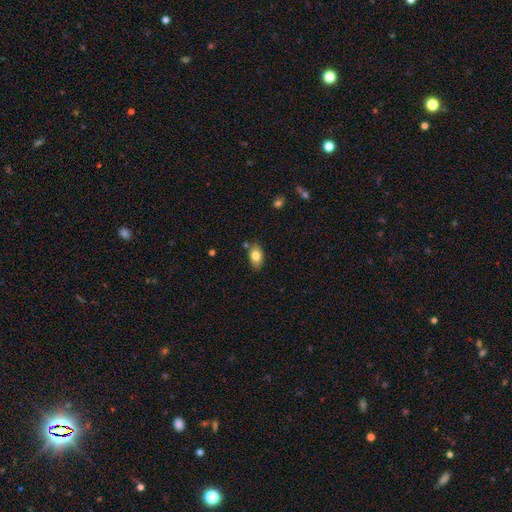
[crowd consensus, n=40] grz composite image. It shows a smooth galaxy with no disk features (80%) that is in between round and cigar-shaped (97%). Merging: none (75%).